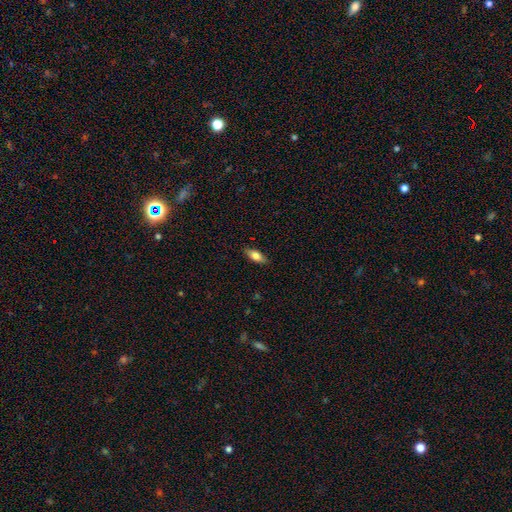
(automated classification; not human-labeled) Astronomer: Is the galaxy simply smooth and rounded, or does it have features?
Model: smooth — 73%.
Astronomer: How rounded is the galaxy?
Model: in between — 76%.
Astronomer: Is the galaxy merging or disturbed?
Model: none — 87%.